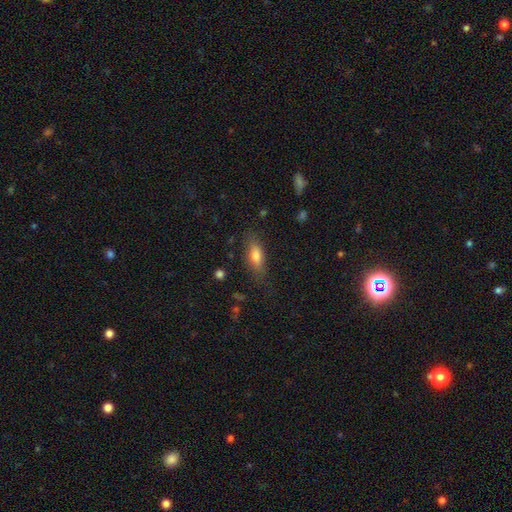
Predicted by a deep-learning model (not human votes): This is likely a smooth galaxy (73%). How rounded: likely in between (68%). Merging: likely none (75%).